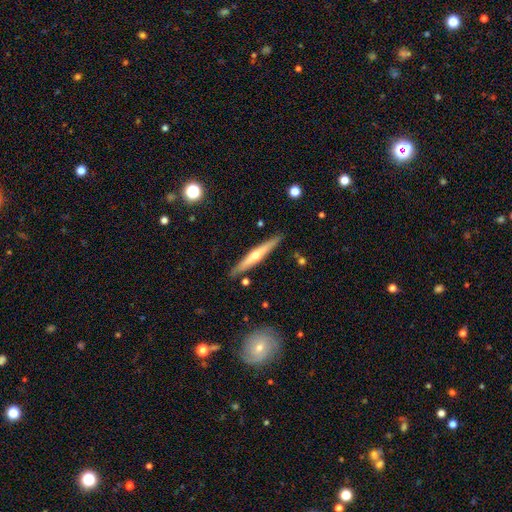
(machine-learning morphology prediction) featured or disk 60%, smooth 34%, star or artifact 6%. Down the decision tree: edge-on disk — yes (95%); edge-on bulge — rounded (84%); merging — none (89%).